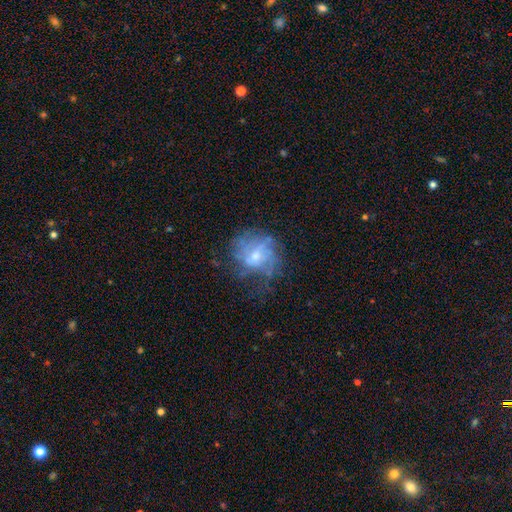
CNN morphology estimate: Smooth or featured?
  - featured or disk: 64% *
  - smooth: 25%
  - star or artifact: 11%
Edge-on disk?
  - no: 97% *
  - yes: 3%
Bar?
  - no: 56% *
  - weak: 38%
  - strong: 5%
Spiral arms?
  - yes: 63% *
  - no: 37%
Bulge size?
  - small: 50% *
  - moderate: 41%
  - none: 5%
  - large: 3%
  - dominant: 1%
Merging?
  - none: 52% *
  - major disturbance: 23%
  - minor disturbance: 23%
  - merger: 2%